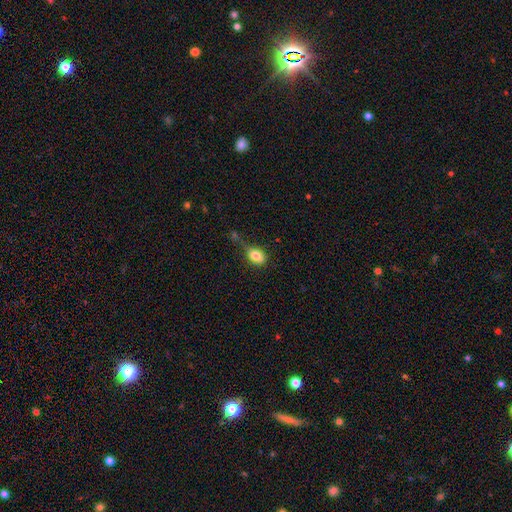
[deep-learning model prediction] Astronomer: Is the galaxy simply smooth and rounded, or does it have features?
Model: smooth — 81%.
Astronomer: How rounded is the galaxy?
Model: in between — 75%.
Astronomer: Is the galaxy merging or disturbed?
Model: none — 41% (runner-up: minor disturbance, 30%).